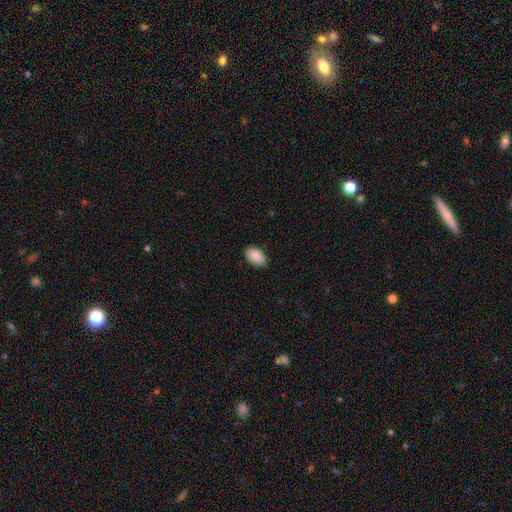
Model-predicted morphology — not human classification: Smooth or featured?
  - smooth: 90% *
  - star or artifact: 7%
  - featured or disk: 3%
How rounded?
  - in between: 94% *
  - round: 5%
  - cigar-shaped: 1%
Merging?
  - none: 87% *
  - minor disturbance: 10%
  - major disturbance: 2%
  - merger: 1%